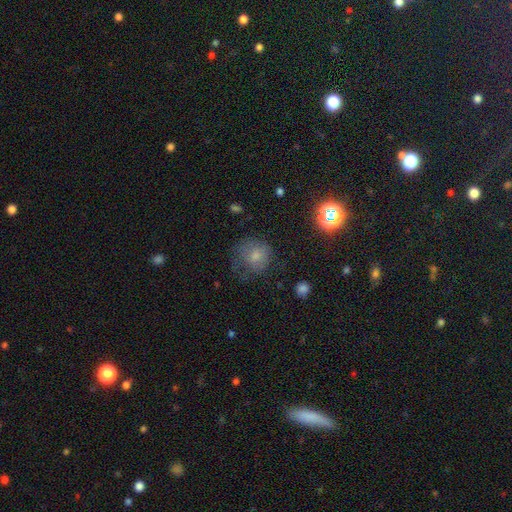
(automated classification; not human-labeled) The model was most divided on "merging": none: 52%, minor disturbance: 26%, major disturbance: 20%, merger: 2%. More confident: how rounded — round (82%); smooth or featured — smooth (70%).